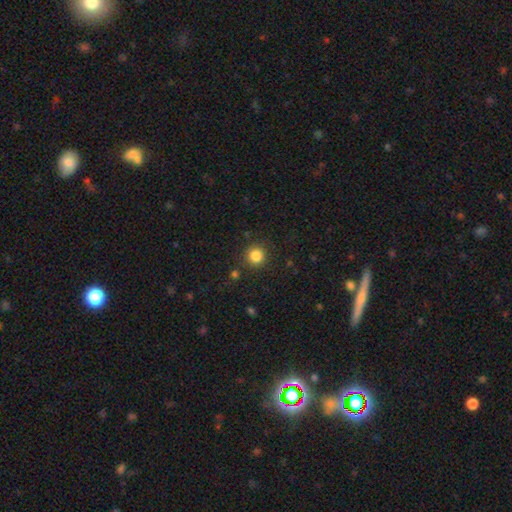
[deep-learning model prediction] Smooth or featured: smooth — 84% (star or artifact — 12%)
How rounded: round — 92% (in between — 7%)
Merging: none — 88% (minor disturbance — 7%)